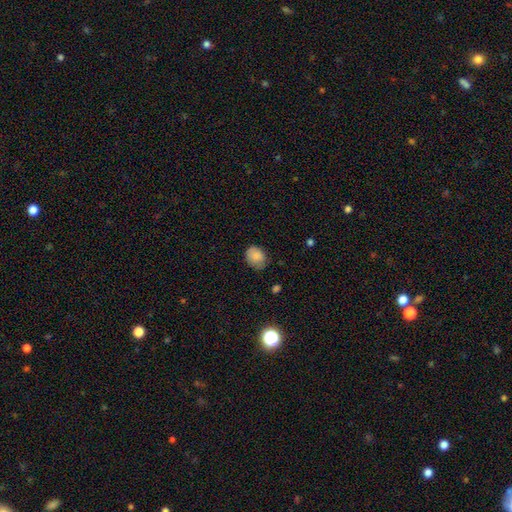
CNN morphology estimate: smooth 83%, star or artifact 9%, featured or disk 8%. Down the decision tree: how rounded — in between (58%); merging — none (70%).